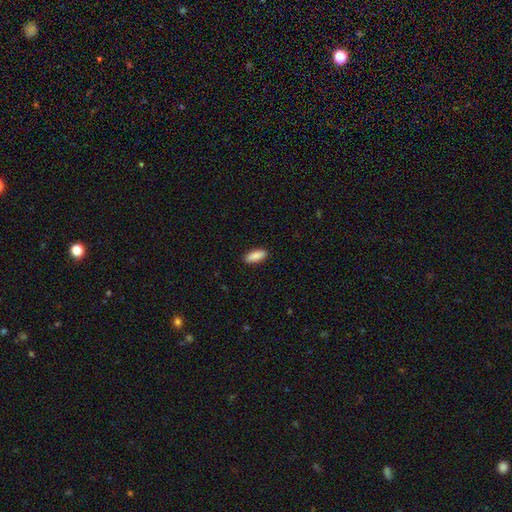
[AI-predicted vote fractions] Q: Smooth or featured?
A: smooth (90%); runner-up: star or artifact (6%)
Q: How rounded?
A: in between (77%); runner-up: cigar-shaped (21%)
Q: Merging?
A: none (90%); runner-up: minor disturbance (7%)